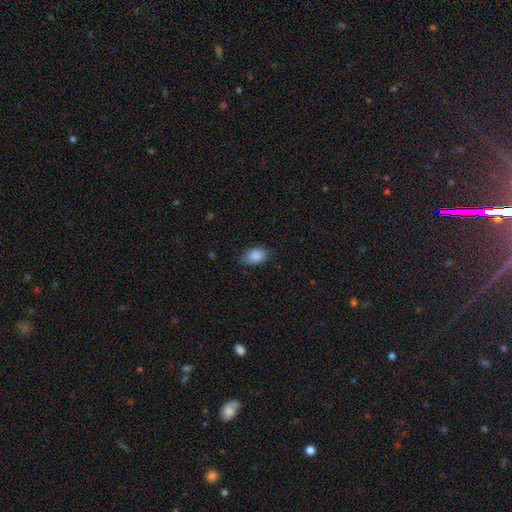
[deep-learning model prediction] Morphology: type=smooth (88%); roundness=in between (84%); merging=none (79%).